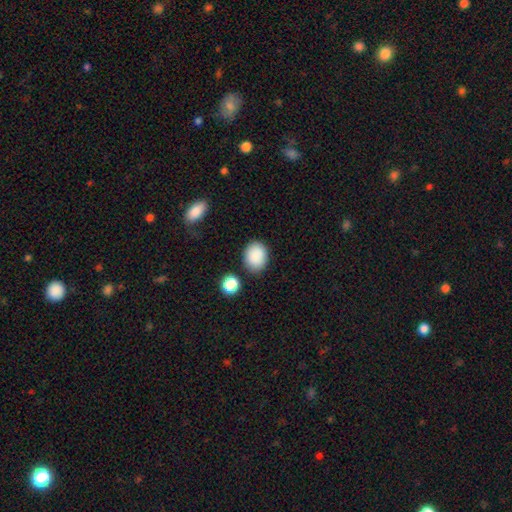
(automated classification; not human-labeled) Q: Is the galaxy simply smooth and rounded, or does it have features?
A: smooth — 88%.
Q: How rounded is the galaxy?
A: in between — 59%.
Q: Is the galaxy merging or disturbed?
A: none — 81%.